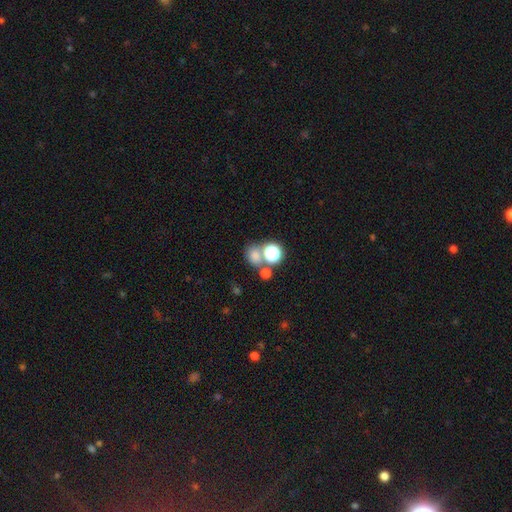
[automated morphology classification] Overall: smooth (67%). How rounded: round (64%; in between 35%). Merging: none (54%; merger 31%).